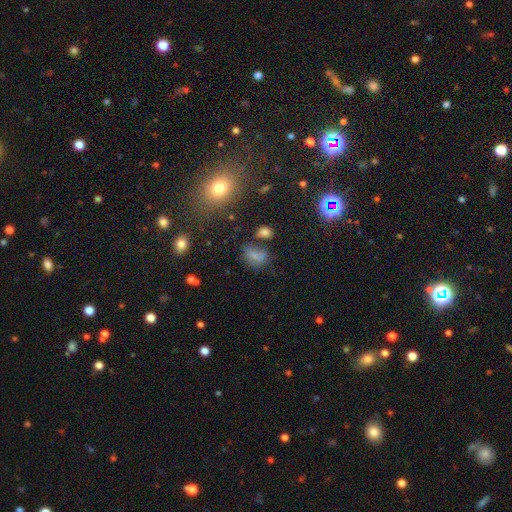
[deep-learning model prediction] smooth 65%, star or artifact 20%, featured or disk 15%. Down the decision tree: how rounded — in between (74%); merging — none (45%).